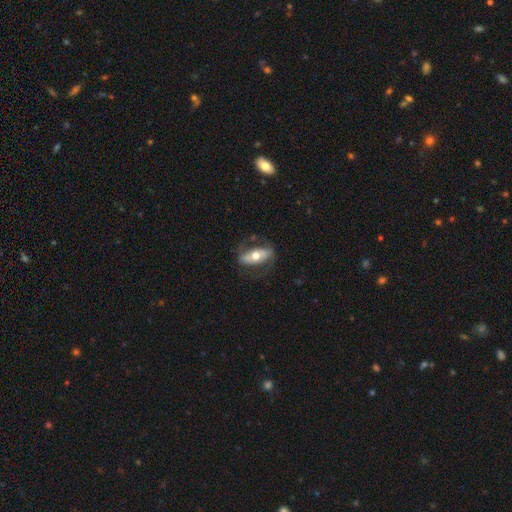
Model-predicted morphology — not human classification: A featured or disk galaxy (61%) with no bar (39%, tied with strong), spiral arms (68%) and a moderate central bulge (70%). Merging: none (69%).